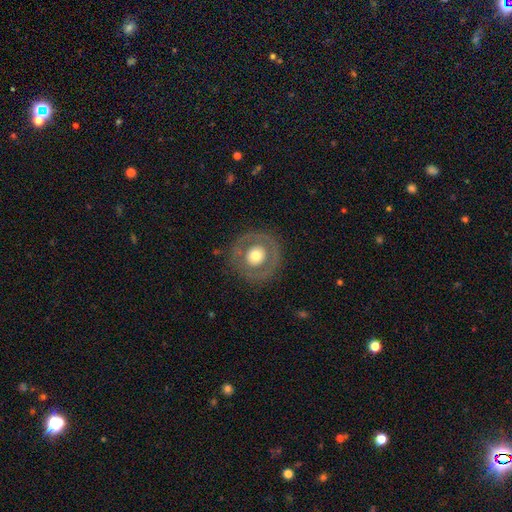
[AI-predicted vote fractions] smooth-or-featured: smooth: 50% | featured or disk: 44% | star or artifact: 7%
  merging: none: 84% | minor disturbance: 9% | major disturbance: 5% | merger: 1%